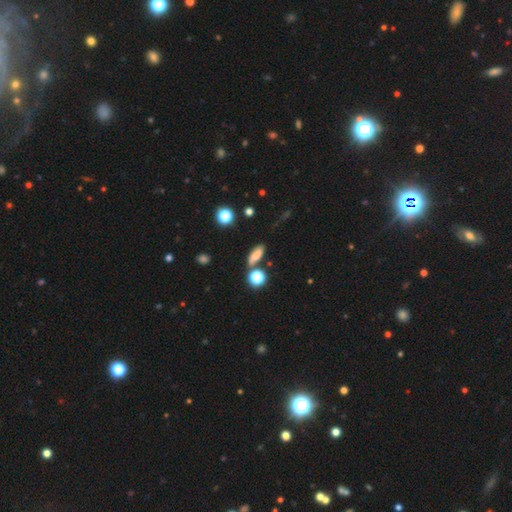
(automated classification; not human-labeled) A smooth galaxy with no disk features (70%) that is in between round and cigar-shaped (64%). Merging: none (67%).